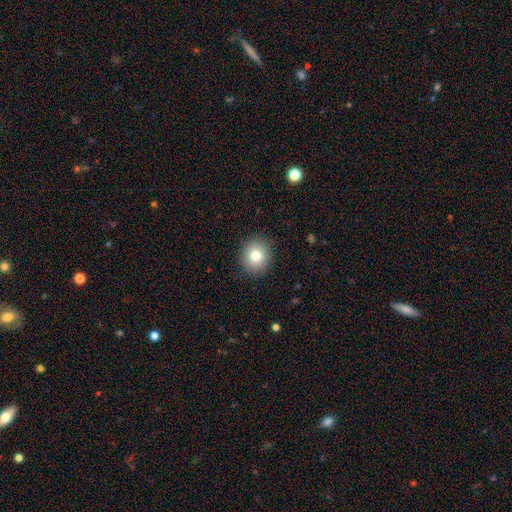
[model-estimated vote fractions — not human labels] This is clearly a smooth galaxy (80%). How rounded: likely round (79%). Merging: clearly none (90%).